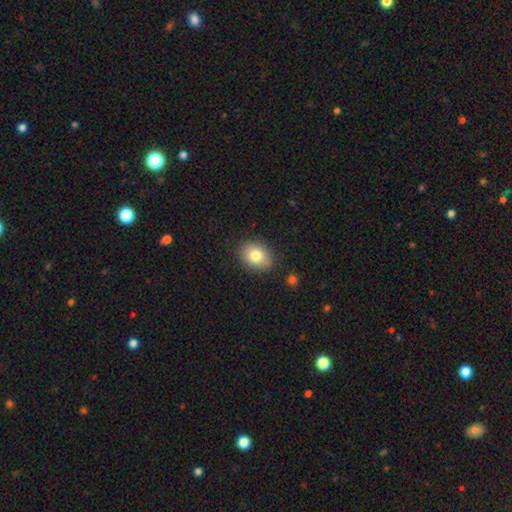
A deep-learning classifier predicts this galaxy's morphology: smooth 80%, featured or disk 11%, star or artifact 8%. Down the decision tree: how rounded — in between (65%); merging — none (86%).